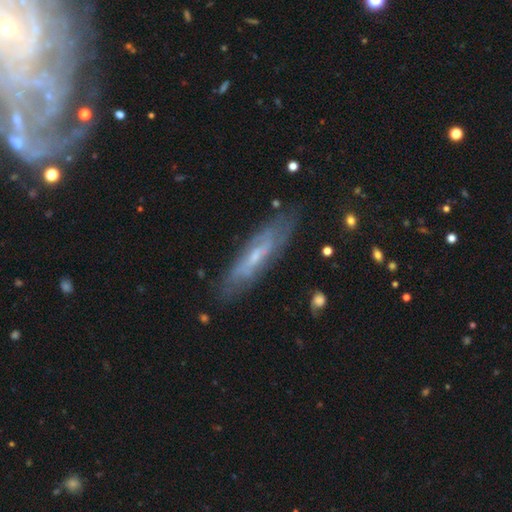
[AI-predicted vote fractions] Smooth or featured? featured or disk (63%)
Edge-on disk? yes (51%)
Merging? none (81%)